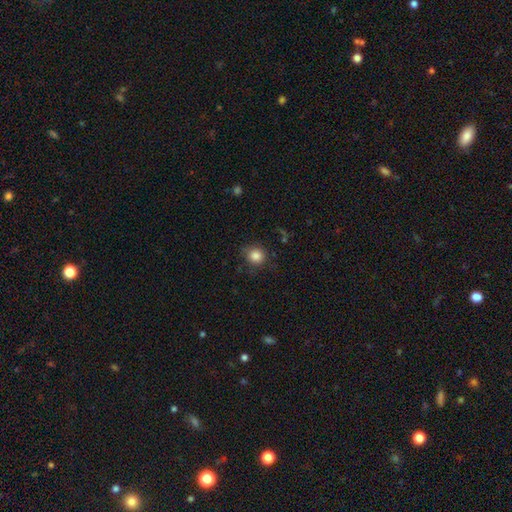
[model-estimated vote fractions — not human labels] smooth-or-featured: smooth: 85% | star or artifact: 11% | featured or disk: 5%
  how-rounded: round: 84% | in between: 15% | cigar-shaped: 1%
  merging: none: 81% | minor disturbance: 14% | major disturbance: 4% | merger: 2%